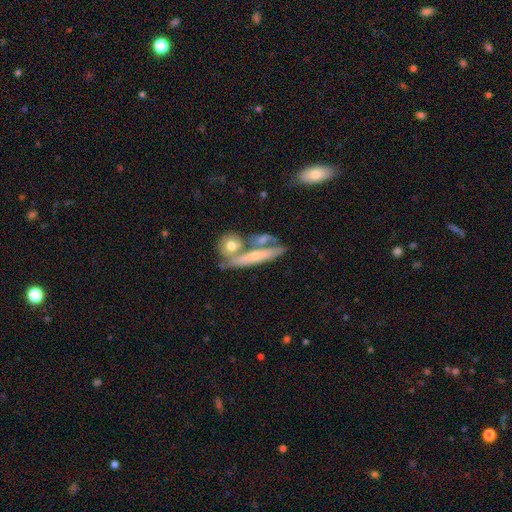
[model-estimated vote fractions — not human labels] smooth_or_featured: featured or disk (p=0.48) [alt: smooth p=0.44]
merging: none (p=0.49) [alt: merger p=0.31]